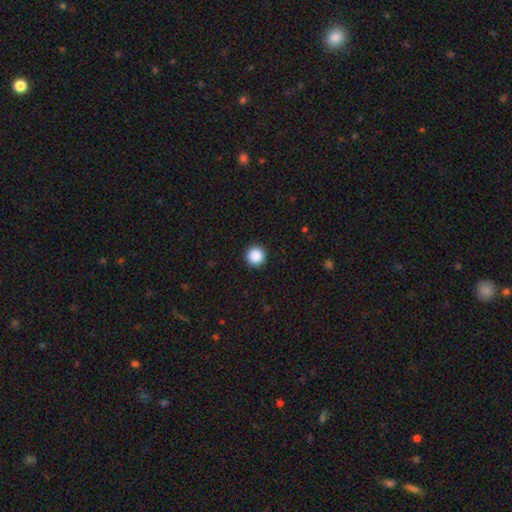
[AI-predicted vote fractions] Smooth or featured: smooth — 89% (star or artifact — 9%)
How rounded: round — 96% (in between — 3%)
Merging: none — 93% (minor disturbance — 5%)